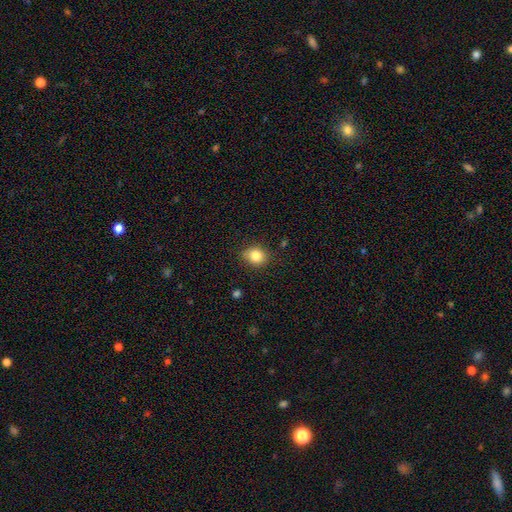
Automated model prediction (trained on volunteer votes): smooth-or-featured: smooth: 83% | star or artifact: 10% | featured or disk: 7%
  how-rounded: round: 68% | in between: 31% | cigar-shaped: 1%
  merging: none: 82% | minor disturbance: 13% | major disturbance: 3% | merger: 2%